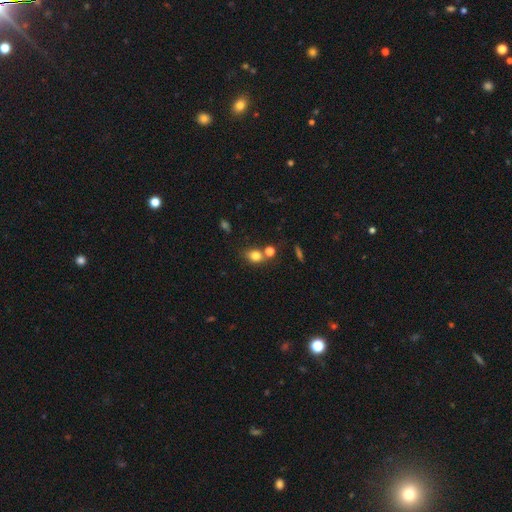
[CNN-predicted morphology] A smooth galaxy with no disk features (78%) that is round (53%). Merging: none (57%).